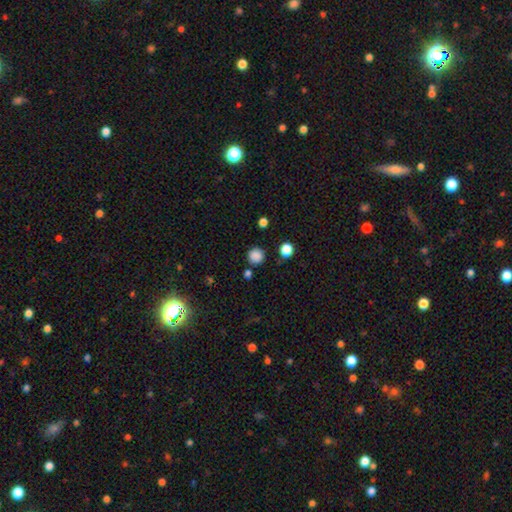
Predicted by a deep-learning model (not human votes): Q: Smooth or featured?
A: smooth (84%); runner-up: star or artifact (13%)
Q: How rounded?
A: round (93%); runner-up: in between (6%)
Q: Merging?
A: none (83%); runner-up: minor disturbance (9%)